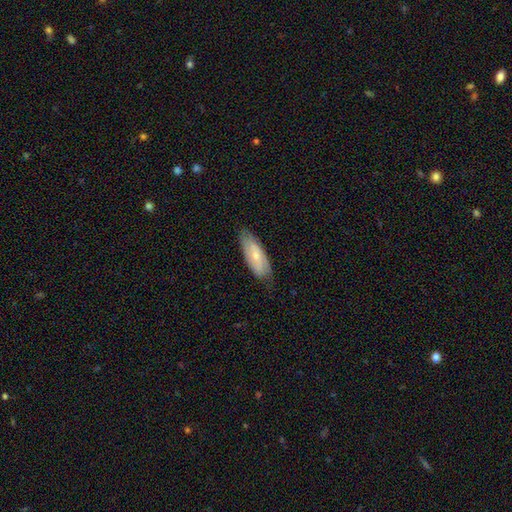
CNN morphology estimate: Overall: smooth (55%; featured or disk 40%). How rounded: in between (72%). Merging: none (74%).